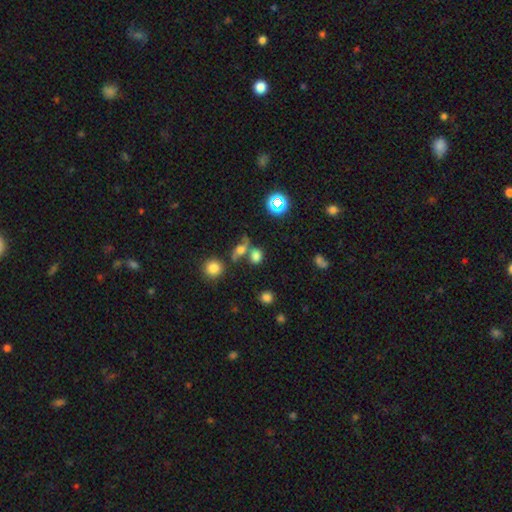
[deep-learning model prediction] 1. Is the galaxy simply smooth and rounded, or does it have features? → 68% smooth, 20% star or artifact, 12% featured or disk.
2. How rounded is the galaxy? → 53% round, 43% in between, 4% cigar-shaped.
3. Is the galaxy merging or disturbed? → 42% none, 39% merger, 11% minor disturbance, 8% major disturbance.